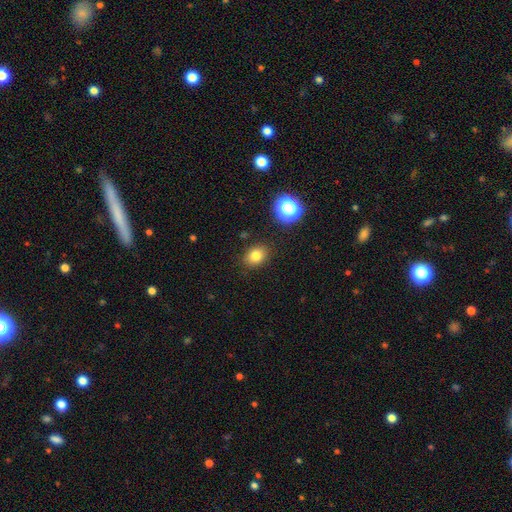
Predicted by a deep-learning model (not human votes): A smooth galaxy with no disk features (80%) that is in between round and cigar-shaped (54%).

Vote fractions:
- Smooth or featured? smooth: 80% / star or artifact: 13% / featured or disk: 7%
- How rounded? in between: 54% / round: 45% / cigar-shaped: 1%
- Merging? none: 86% / minor disturbance: 9% / major disturbance: 3% / merger: 2%